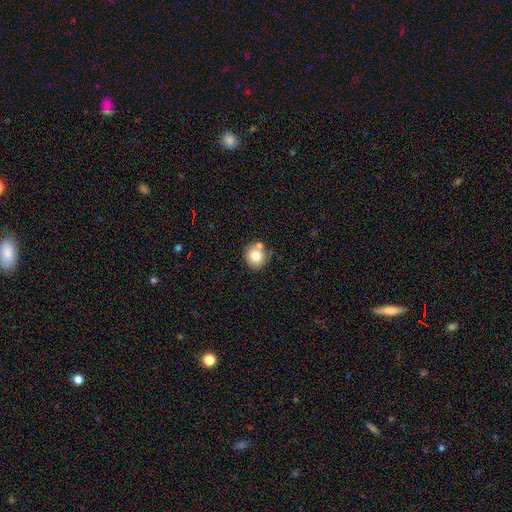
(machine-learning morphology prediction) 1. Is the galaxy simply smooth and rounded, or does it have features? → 77% smooth, 12% featured or disk, 10% star or artifact.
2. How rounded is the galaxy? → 88% round, 11% in between, 1% cigar-shaped.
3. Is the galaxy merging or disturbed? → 68% none, 18% merger, 11% minor disturbance, 3% major disturbance.